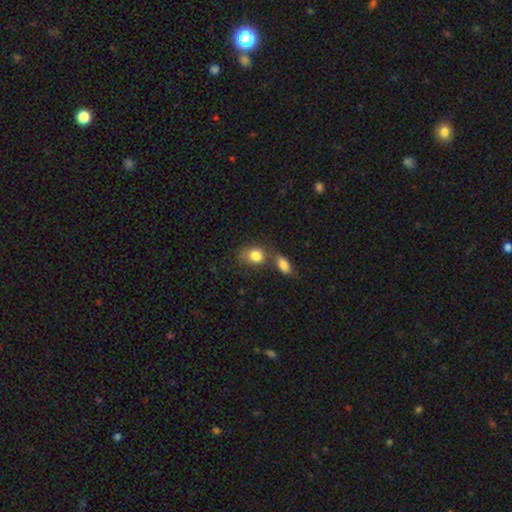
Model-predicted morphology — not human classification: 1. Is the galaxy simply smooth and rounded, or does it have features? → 84% smooth, 8% featured or disk, 8% star or artifact.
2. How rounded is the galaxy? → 59% in between, 40% round, 2% cigar-shaped.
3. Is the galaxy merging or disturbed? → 43% none, 36% merger, 15% minor disturbance, 6% major disturbance.